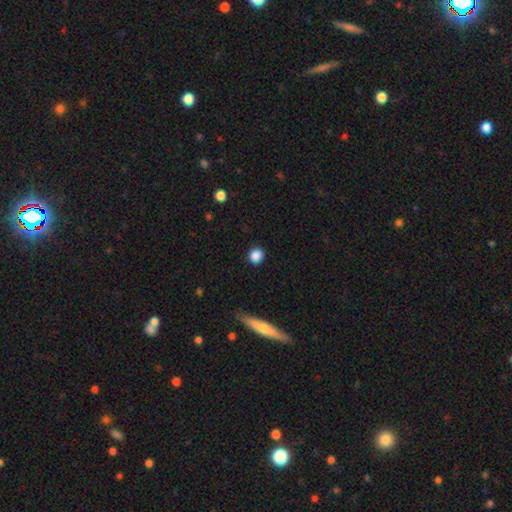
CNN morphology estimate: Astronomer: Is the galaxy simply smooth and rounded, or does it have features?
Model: smooth — 87%.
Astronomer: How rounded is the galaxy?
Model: round — 85%.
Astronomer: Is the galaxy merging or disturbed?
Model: none — 89%.